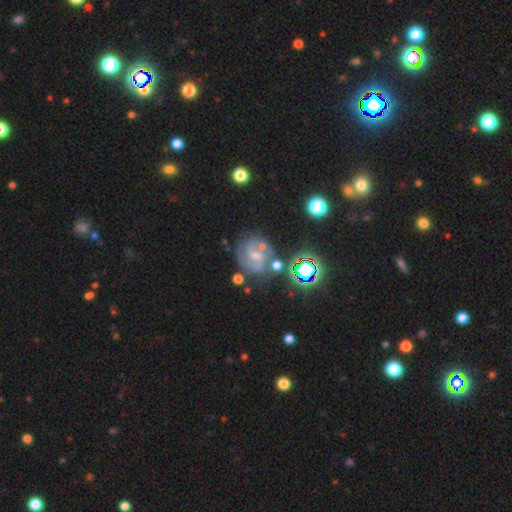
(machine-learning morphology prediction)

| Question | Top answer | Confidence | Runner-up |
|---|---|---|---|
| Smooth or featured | featured or disk | 68% | star or artifact (18%) |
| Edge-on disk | no | 97% | yes (3%) |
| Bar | weak | 51% | no (28%) |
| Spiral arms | yes | 90% | no (10%) |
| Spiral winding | medium | 47% | tight (38%) |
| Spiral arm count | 2 | 61% | can't tell (18%) |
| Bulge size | small | 57% | moderate (33%) |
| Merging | none | 63% | minor disturbance (17%) |